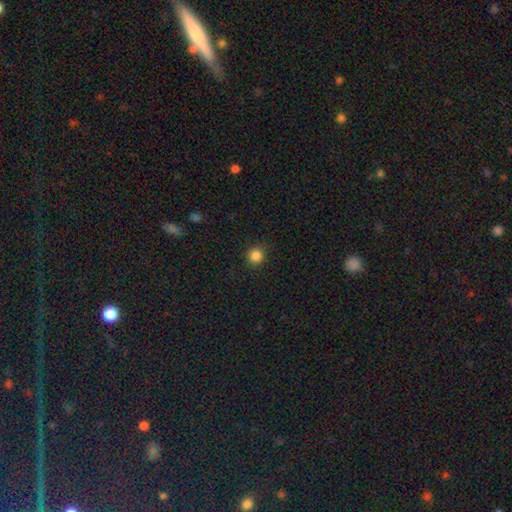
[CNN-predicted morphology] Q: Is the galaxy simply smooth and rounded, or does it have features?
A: smooth — 85%.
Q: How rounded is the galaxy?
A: round — 94%.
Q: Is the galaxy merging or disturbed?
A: none — 90%.